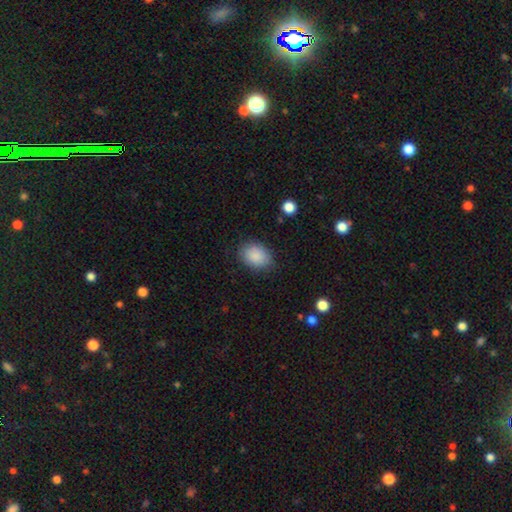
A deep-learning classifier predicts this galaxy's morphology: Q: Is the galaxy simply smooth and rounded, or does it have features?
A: smooth — 87%.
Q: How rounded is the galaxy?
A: in between — 72%.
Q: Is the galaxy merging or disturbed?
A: none — 83%.